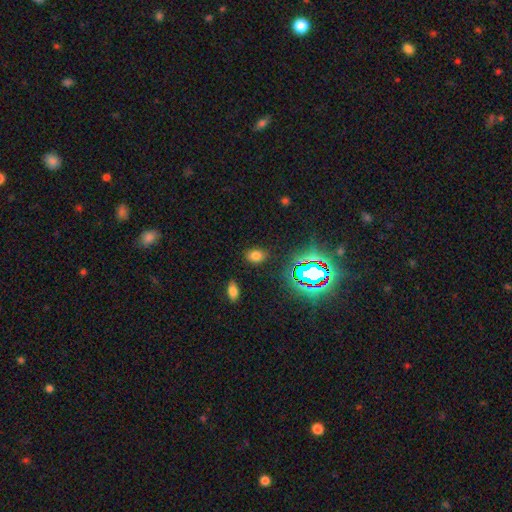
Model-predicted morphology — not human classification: Smooth or featured? smooth (71%)
How rounded? in between (74%)
Merging? none (84%)